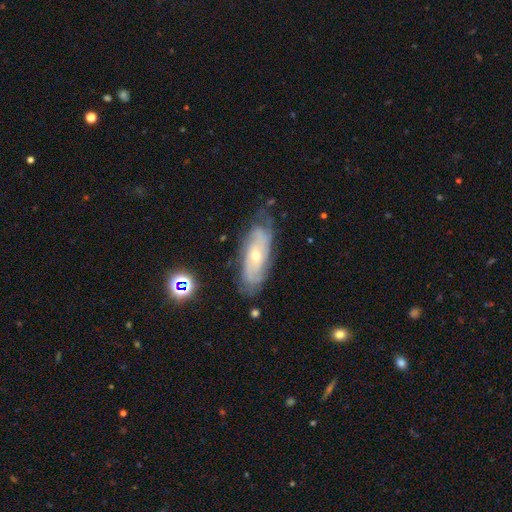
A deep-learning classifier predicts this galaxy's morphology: Q: Smooth or featured?
A: featured or disk (77%); runner-up: smooth (16%)
Q: Edge-on disk?
A: no (87%); runner-up: yes (13%)
Q: Bar?
A: no (68%); runner-up: weak (25%)
Q: Spiral arms?
A: yes (90%); runner-up: no (10%)
Q: Spiral winding?
A: tight (65%); runner-up: medium (27%)
Q: Spiral arm count?
A: can't tell (51%); runner-up: 2 (23%)
Q: Bulge size?
A: small (55%); runner-up: moderate (42%)
Q: Merging?
A: none (71%); runner-up: minor disturbance (21%)